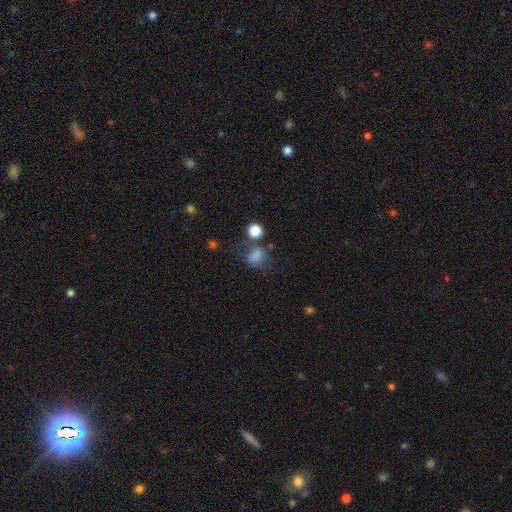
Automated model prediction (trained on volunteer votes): Smooth or featured? Predicted: smooth (p=0.76). How rounded? Predicted: in between (p=0.51). Merging? Predicted: none (p=0.46).